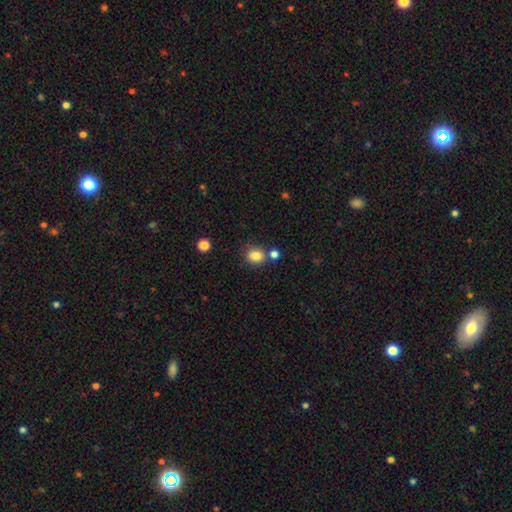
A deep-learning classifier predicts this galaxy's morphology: smooth 84%, star or artifact 11%, featured or disk 5%. Down the decision tree: how rounded — round (60%); merging — none (68%).